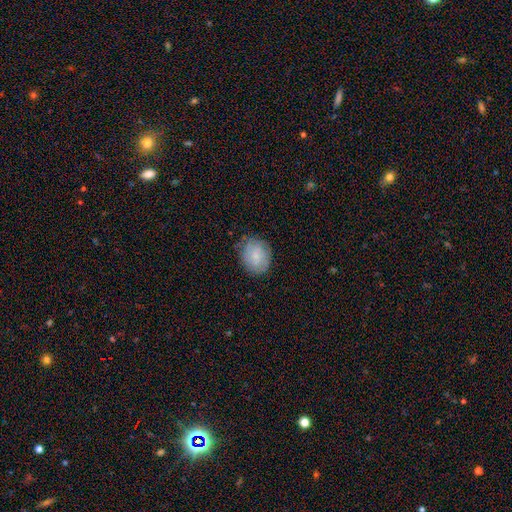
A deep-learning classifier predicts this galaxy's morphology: smooth-or-featured: smooth: 64% | featured or disk: 29% | star or artifact: 8%
  how-rounded: round: 61% | in between: 38% | cigar-shaped: 1%
  merging: none: 76% | minor disturbance: 18% | major disturbance: 5% | merger: 1%